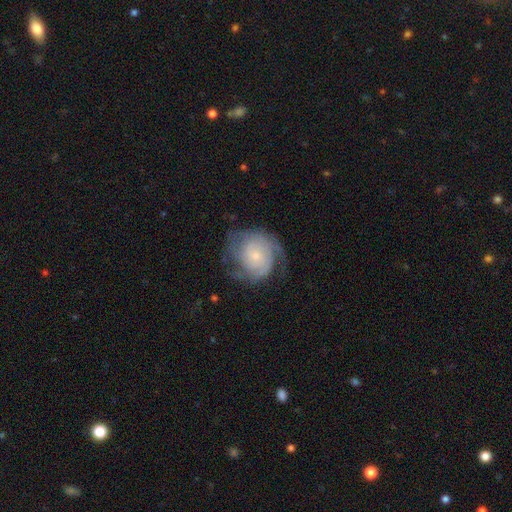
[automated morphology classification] A featured or disk galaxy (73%) with no bar (75%), 2 (39%) tight (49%) spiral arms (91%) and a small central bulge (67%).

Vote fractions:
- Smooth or featured? featured or disk: 73% / smooth: 21% / star or artifact: 6%
- Edge-on disk? no: 98% / yes: 2%
- Bar? no: 75% / weak: 22% / strong: 3%
- Spiral arms? yes: 91% / no: 9%
- Spiral winding? tight: 49% / medium: 36% / loose: 15%
- Spiral arm count? 2: 39% / can't tell: 30% / 3: 16% / 1: 6% / 4: 5% / more than 4: 4%
- Bulge size? small: 67% / moderate: 25% / none: 4% / large: 3% / dominant: 1%
- Merging? none: 60% / minor disturbance: 22% / major disturbance: 17% / merger: 1%